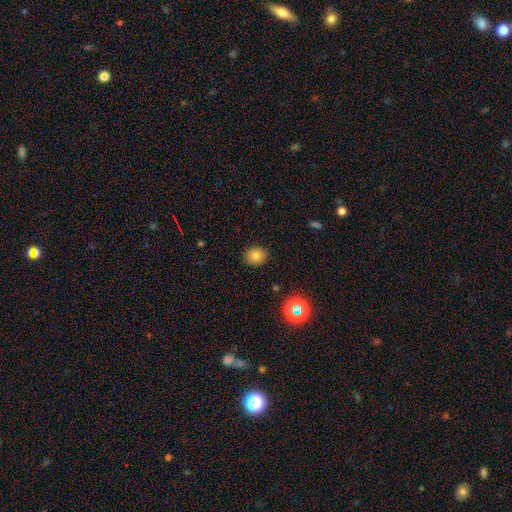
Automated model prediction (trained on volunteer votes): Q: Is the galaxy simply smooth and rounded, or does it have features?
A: smooth — 80%.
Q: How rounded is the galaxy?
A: round — 75%.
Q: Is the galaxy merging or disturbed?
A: none — 89%.